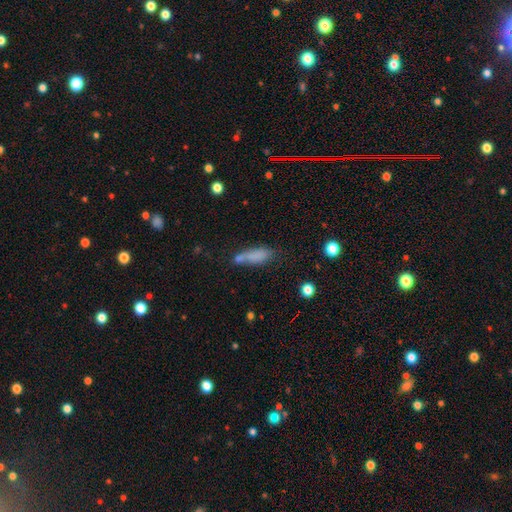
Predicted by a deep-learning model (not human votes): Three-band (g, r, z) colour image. It shows a smooth galaxy with no disk features (76%) that is in between round and cigar-shaped (56%). Merging: none (44%).